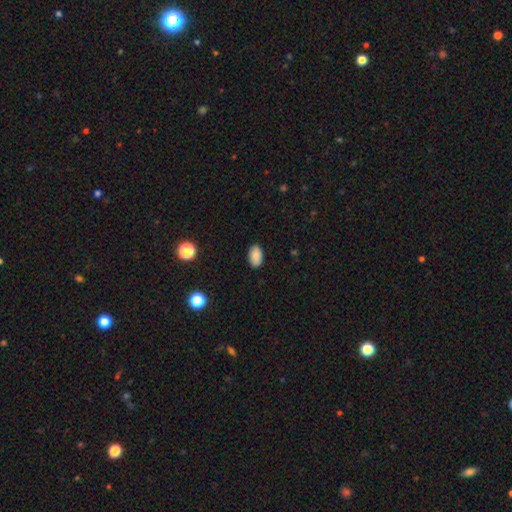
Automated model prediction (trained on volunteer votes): smooth-or-featured: smooth: 87% | star or artifact: 8% | featured or disk: 5%
  how-rounded: in between: 92% | round: 6% | cigar-shaped: 1%
  merging: none: 88% | minor disturbance: 9% | major disturbance: 2% | merger: 1%